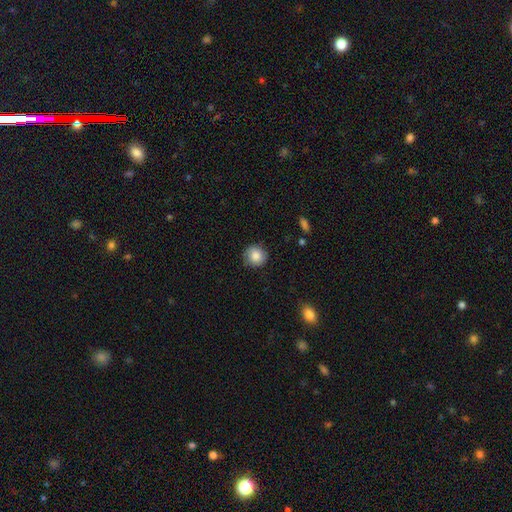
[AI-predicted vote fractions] Q: Smooth or featured?
A: smooth (83%); runner-up: featured or disk (9%)
Q: How rounded?
A: round (91%); runner-up: in between (9%)
Q: Merging?
A: none (84%); runner-up: minor disturbance (12%)